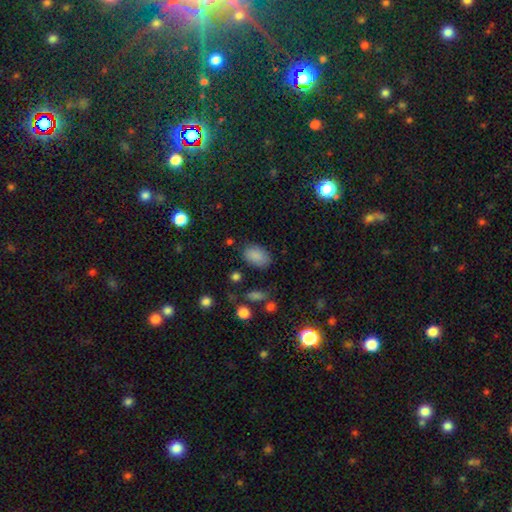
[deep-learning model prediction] The model was most divided on "merging": none: 79%, minor disturbance: 15%, major disturbance: 4%, merger: 2%. More confident: how rounded — in between (89%); smooth or featured — smooth (86%).